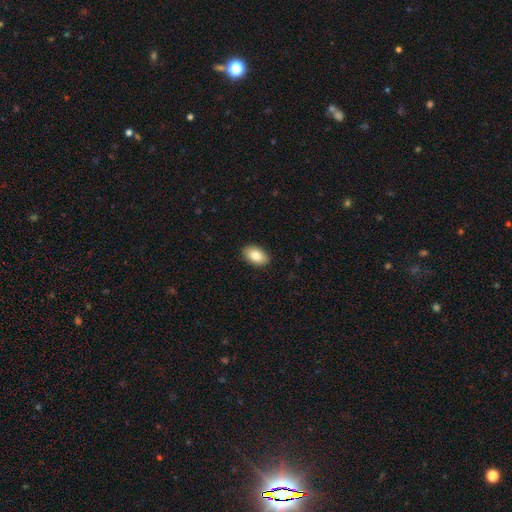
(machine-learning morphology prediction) Smooth or featured? Predicted: smooth (p=0.84). How rounded? Predicted: in between (p=0.92). Merging? Predicted: none (p=0.90).